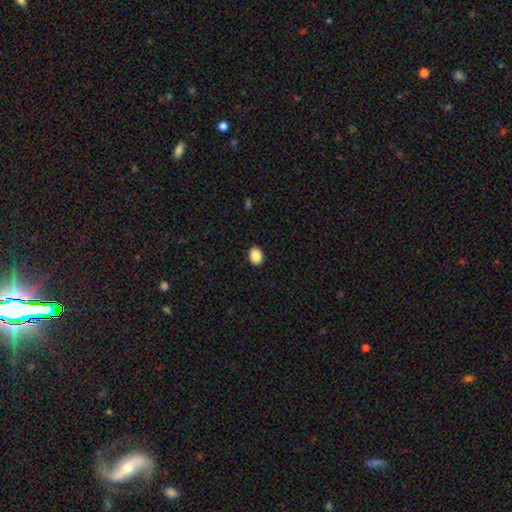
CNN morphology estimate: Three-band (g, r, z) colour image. It shows a smooth galaxy with no disk features (88%) that is in between round and cigar-shaped (66%). Merging: none (91%).